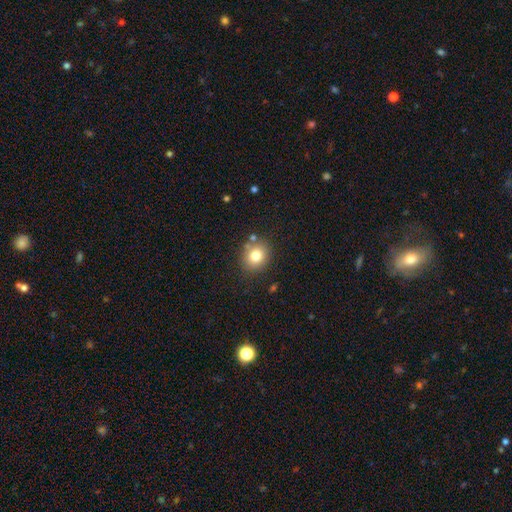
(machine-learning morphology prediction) type=smooth (79%); roundness=round (74%); merging=none (80%).